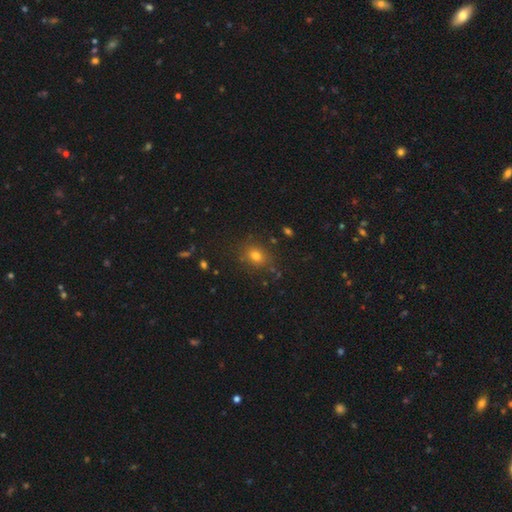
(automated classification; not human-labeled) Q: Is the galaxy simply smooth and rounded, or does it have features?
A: smooth — 74%.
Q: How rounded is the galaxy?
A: round — 60%.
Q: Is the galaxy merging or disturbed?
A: none — 83%.